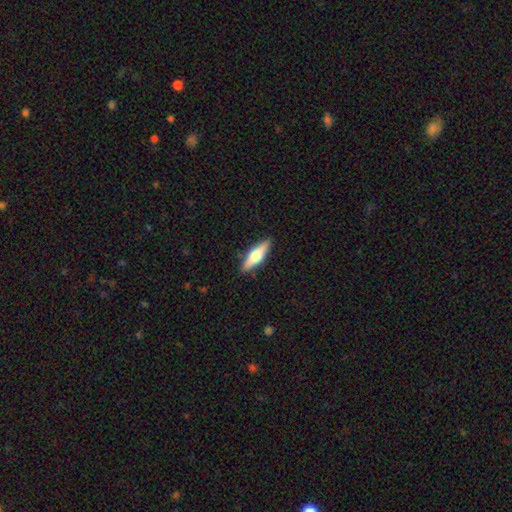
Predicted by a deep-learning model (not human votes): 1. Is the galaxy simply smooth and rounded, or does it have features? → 49% smooth, 46% featured or disk, 5% star or artifact.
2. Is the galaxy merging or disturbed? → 89% none, 8% minor disturbance, 2% major disturbance, 1% merger.